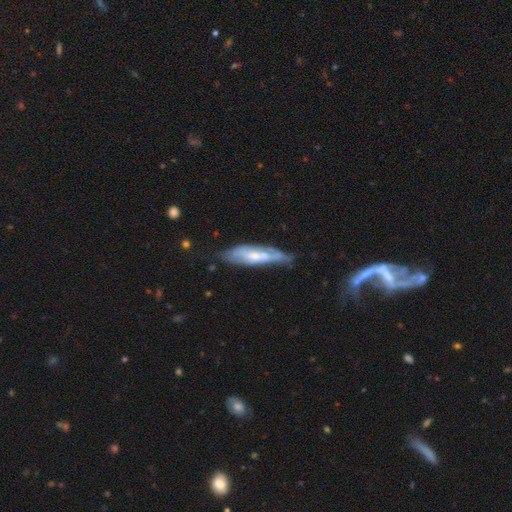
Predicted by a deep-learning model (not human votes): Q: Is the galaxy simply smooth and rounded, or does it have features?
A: featured or disk — 62%.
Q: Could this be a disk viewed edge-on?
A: no — 60%.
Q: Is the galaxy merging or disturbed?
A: none — 58%.